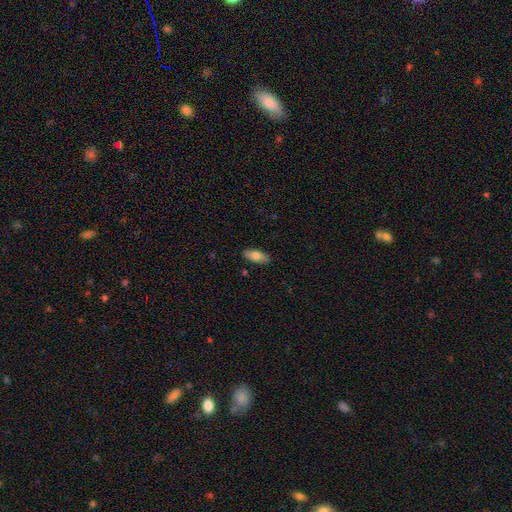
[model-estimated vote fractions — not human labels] This is likely a smooth galaxy (77%). How rounded: clearly in between (85%). Merging: clearly none (87%).